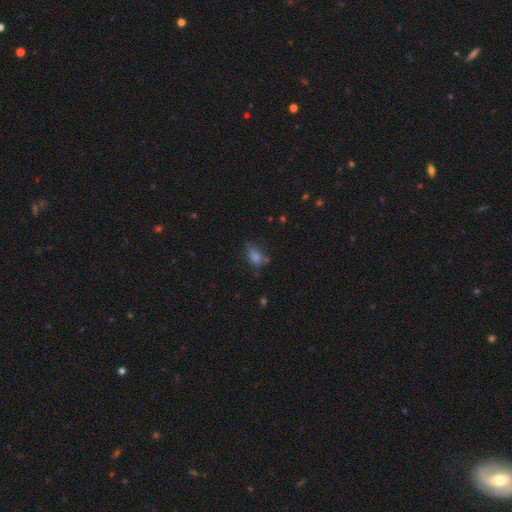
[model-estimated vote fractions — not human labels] smooth_or_featured: smooth (p=0.64) [alt: star or artifact p=0.22]
how_rounded: in between (p=0.72) [alt: round p=0.23]
merging: none (p=0.53) [alt: minor disturbance p=0.27]